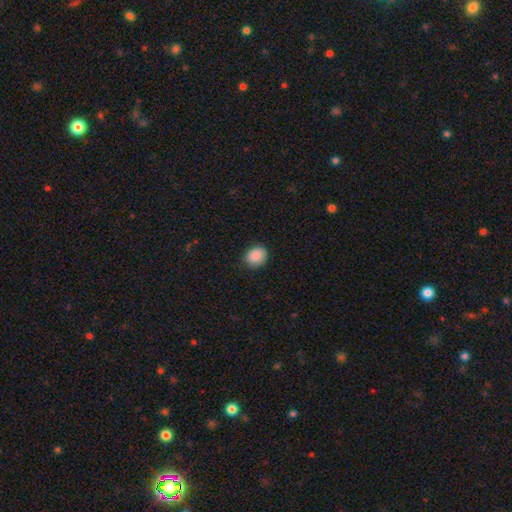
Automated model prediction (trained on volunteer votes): Smooth or featured? Predicted: smooth (p=0.89). How rounded? Predicted: round (p=0.57). Merging? Predicted: none (p=0.83).